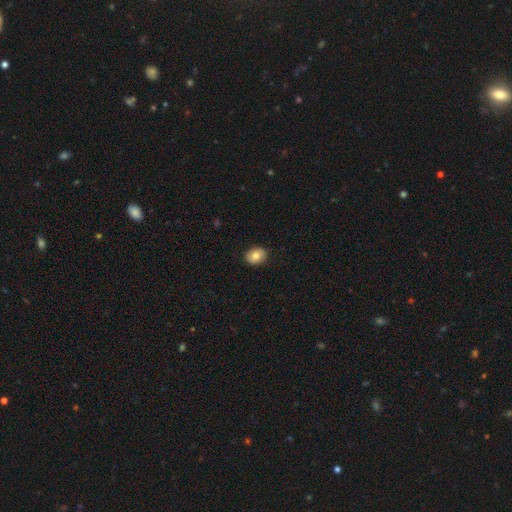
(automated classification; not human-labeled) This is likely a smooth galaxy (77%). How rounded: possibly in between (51%). Merging: clearly none (89%).